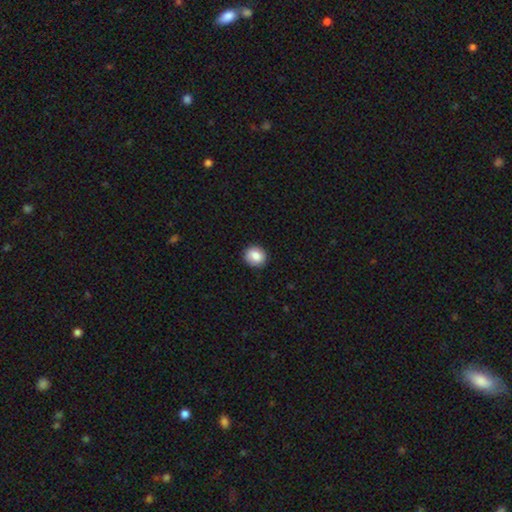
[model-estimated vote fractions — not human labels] Smooth or featured? Predicted: smooth (p=0.85). How rounded? Predicted: round (p=0.76). Merging? Predicted: none (p=0.89).